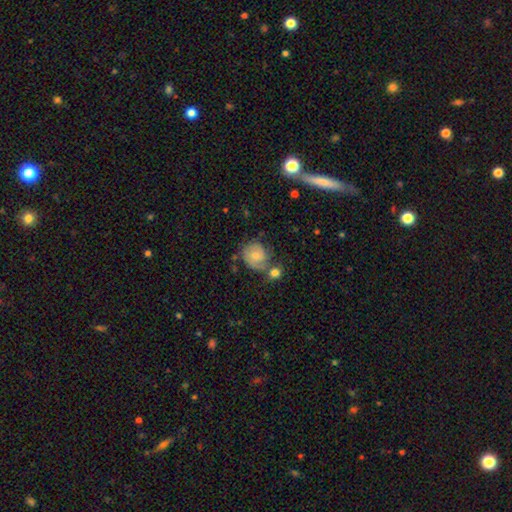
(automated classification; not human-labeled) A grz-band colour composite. It shows a smooth galaxy with no disk features (49%). Merging: none (49%).